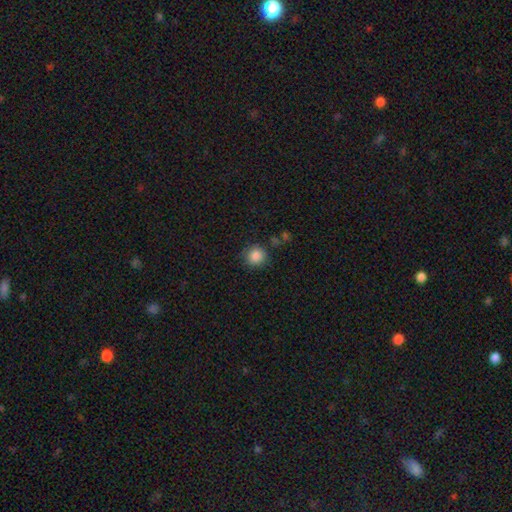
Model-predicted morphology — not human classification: Smooth or featured: smooth — 87% (star or artifact — 10%)
How rounded: round — 90% (in between — 10%)
Merging: none — 82% (minor disturbance — 12%)